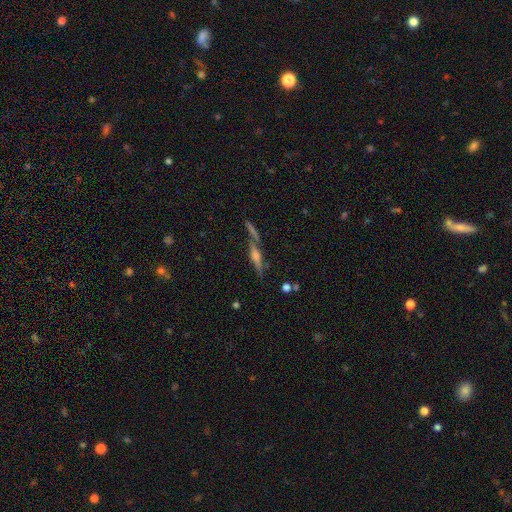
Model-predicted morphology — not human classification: featured or disk 74%, smooth 16%, star or artifact 10%. Down the decision tree: edge-on disk — yes (95%); edge-on bulge — rounded (77%); merging — none (73%).